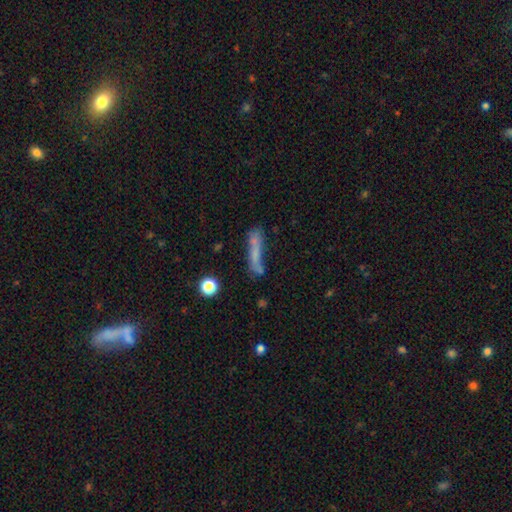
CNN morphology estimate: smooth-or-featured: smooth: 58% | featured or disk: 29% | star or artifact: 14%
  how-rounded: cigar-shaped: 82% | in between: 14% | round: 4%
  merging: none: 49% | minor disturbance: 20% | merger: 17% | major disturbance: 13%